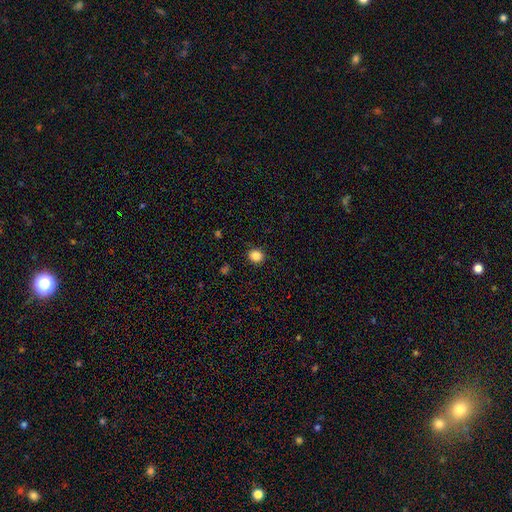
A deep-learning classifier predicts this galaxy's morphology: The model was most divided on "how rounded": round: 82%, in between: 17%, cigar-shaped: 1%. More confident: merging — none (90%); smooth or featured — smooth (85%).